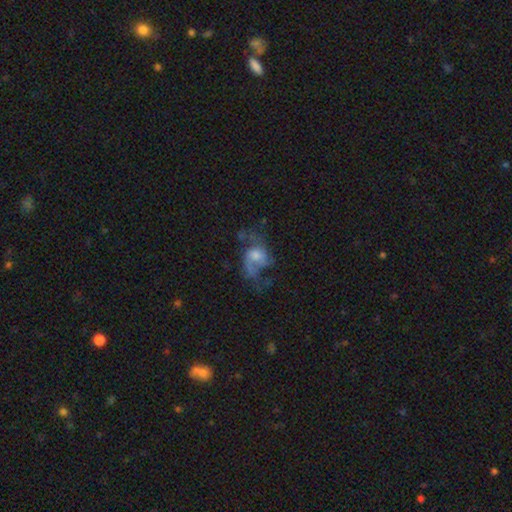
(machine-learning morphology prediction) This is likely a featured or disk galaxy (66%). It is clearly not viewed edge-on (97%). Bar: likely no (66%). Spiral arm pattern: clearly yes (80%). Spiral arm count: likely 2 (63%). Spiral winding: possibly loose (57%). Central bulge: possibly moderate (49%). Merging: marginally none (40%).